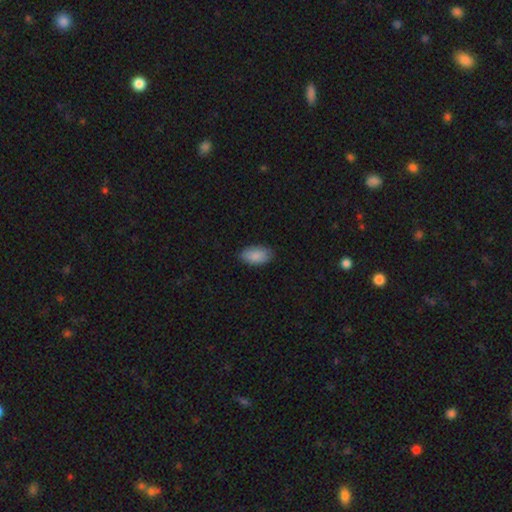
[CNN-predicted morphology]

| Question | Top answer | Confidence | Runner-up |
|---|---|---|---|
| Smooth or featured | smooth | 88% | star or artifact (7%) |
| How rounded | in between | 94% | round (4%) |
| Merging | none | 84% | minor disturbance (12%) |